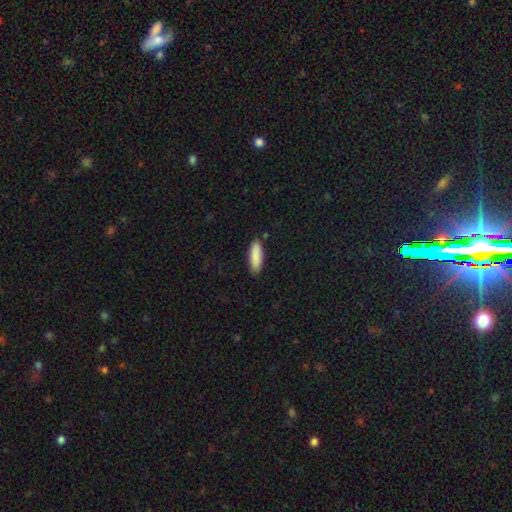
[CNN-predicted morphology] Smooth or featured?
  - smooth: 90% *
  - star or artifact: 6%
  - featured or disk: 5%
How rounded?
  - in between: 57% *
  - cigar-shaped: 42%
  - round: 1%
Merging?
  - none: 87% *
  - minor disturbance: 9%
  - major disturbance: 2%
  - merger: 1%